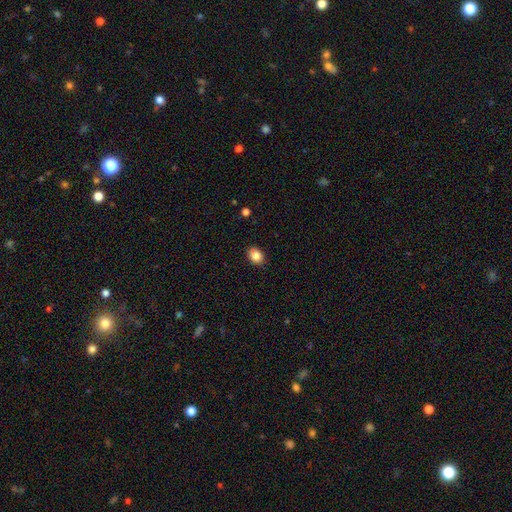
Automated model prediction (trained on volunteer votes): smooth 85%, star or artifact 9%, featured or disk 6%. Down the decision tree: how rounded — in between (61%); merging — none (87%).